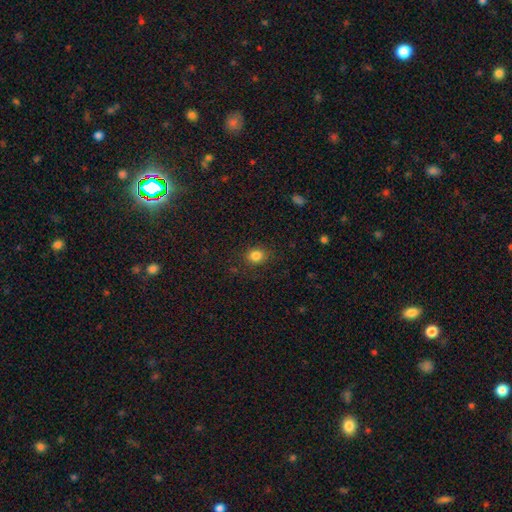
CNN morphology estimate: smooth-or-featured: smooth: 84% | star or artifact: 12% | featured or disk: 5%
  how-rounded: round: 63% | in between: 37% | cigar-shaped: 1%
  merging: none: 85% | minor disturbance: 10% | major disturbance: 3% | merger: 1%